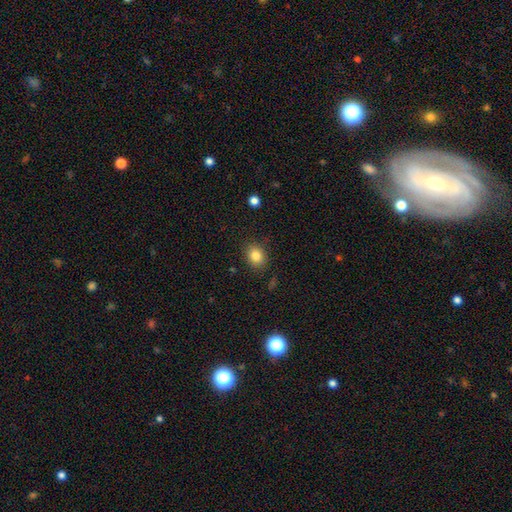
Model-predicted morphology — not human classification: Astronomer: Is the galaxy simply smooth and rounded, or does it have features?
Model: smooth — 83%.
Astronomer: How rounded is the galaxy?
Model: round — 62% (runner-up: in between, 38%).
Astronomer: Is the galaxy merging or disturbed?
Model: none — 86%.